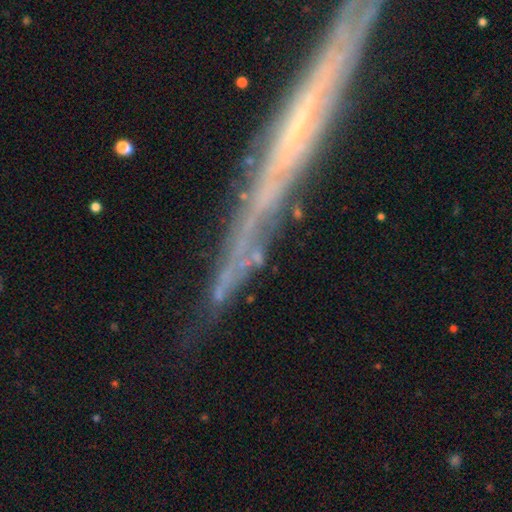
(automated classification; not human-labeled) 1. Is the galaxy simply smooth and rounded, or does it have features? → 40% featured or disk, 35% star or artifact, 25% smooth.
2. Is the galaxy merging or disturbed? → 63% none, 18% minor disturbance, 11% major disturbance, 8% merger.